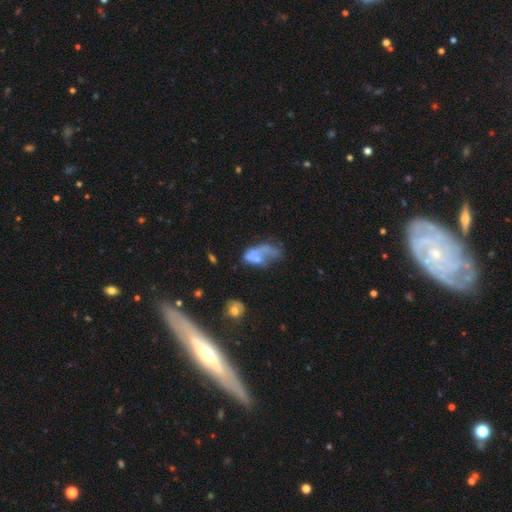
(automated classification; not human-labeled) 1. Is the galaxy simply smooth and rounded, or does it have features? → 46% featured or disk, 44% smooth, 10% star or artifact.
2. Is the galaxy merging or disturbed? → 48% major disturbance, 19% none, 17% minor disturbance, 16% merger.